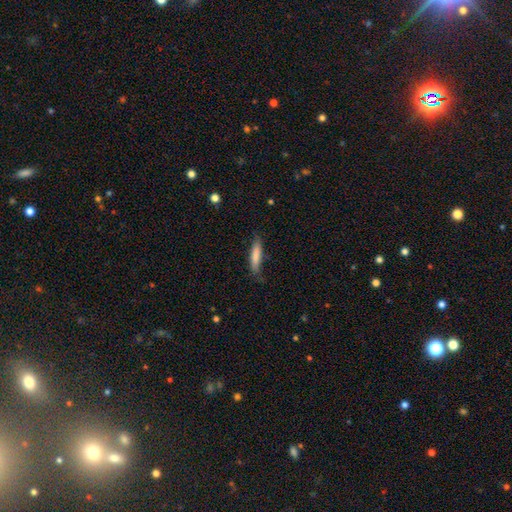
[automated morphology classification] Smooth or featured? Predicted: smooth (p=0.79). How rounded? Predicted: cigar-shaped (p=0.82). Merging? Predicted: none (p=0.73).